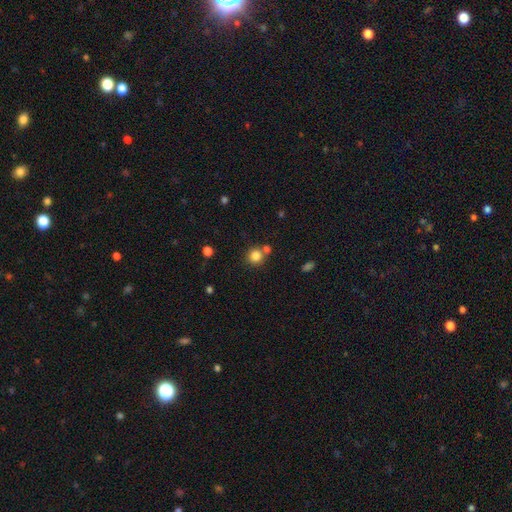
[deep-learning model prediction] Smooth or featured: smooth — 82% (star or artifact — 12%)
How rounded: round — 90% (in between — 9%)
Merging: none — 69% (merger — 19%)